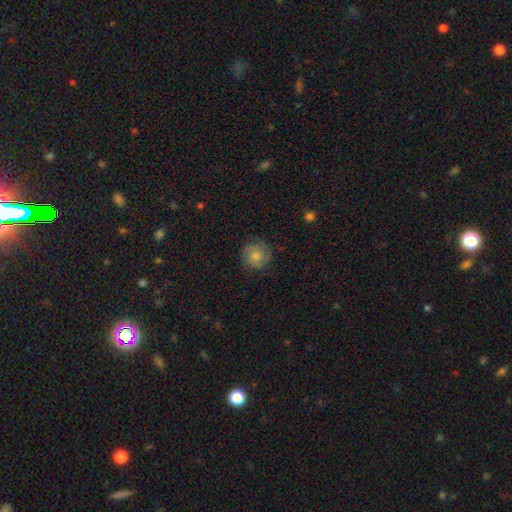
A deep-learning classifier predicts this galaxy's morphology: Q: Smooth or featured?
A: smooth (70%); runner-up: featured or disk (21%)
Q: How rounded?
A: round (92%); runner-up: in between (7%)
Q: Merging?
A: none (83%); runner-up: minor disturbance (12%)